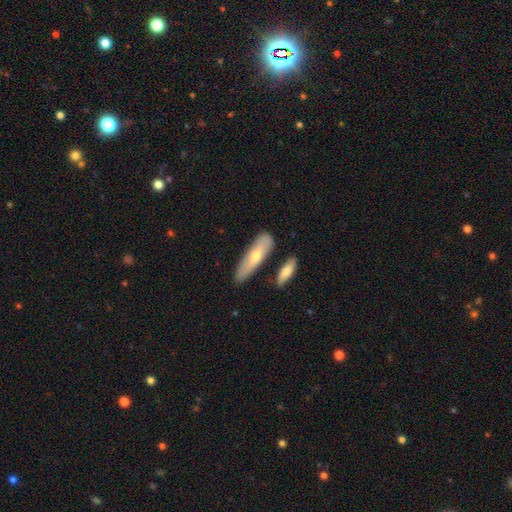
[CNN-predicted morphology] The model was most divided on "smooth or featured": smooth: 55%, featured or disk: 38%, star or artifact: 6%. More confident: merging — none (70%); how rounded — cigar-shaped (64%).